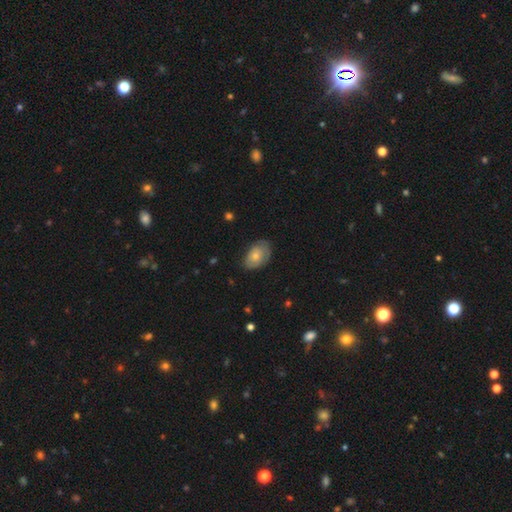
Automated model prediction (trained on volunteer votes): This is possibly a smooth galaxy (55%). How rounded: clearly in between (86%). Merging: likely none (61%).